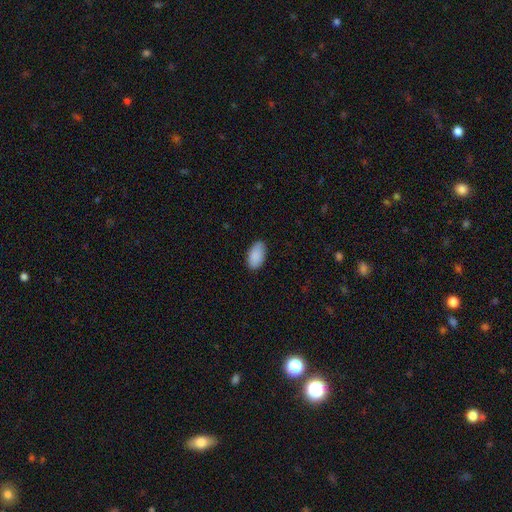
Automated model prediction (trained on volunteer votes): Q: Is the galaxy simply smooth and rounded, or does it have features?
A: smooth — 90%.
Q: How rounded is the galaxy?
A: in between — 95%.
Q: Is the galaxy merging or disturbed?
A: none — 85%.